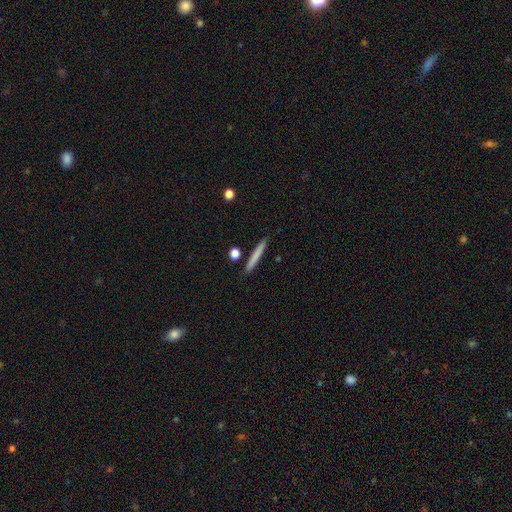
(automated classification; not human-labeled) A smooth galaxy with no disk features (75%) that is cigar-shaped (95%).

Vote fractions:
- Smooth or featured? smooth: 75% / featured or disk: 19% / star or artifact: 6%
- How rounded? cigar-shaped: 95% / in between: 3% / round: 2%
- Merging? none: 89% / minor disturbance: 7% / merger: 3% / major disturbance: 2%